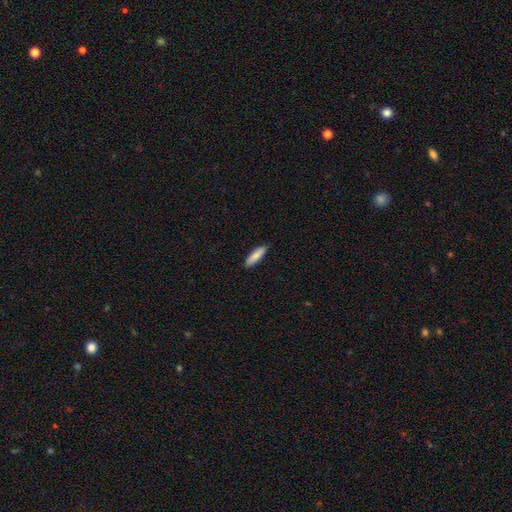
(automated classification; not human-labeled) smooth_or_featured: smooth (p=0.85) [alt: featured or disk p=0.10]
how_rounded: cigar-shaped (p=0.64) [alt: in between p=0.35]
merging: none (p=0.88) [alt: minor disturbance p=0.09]